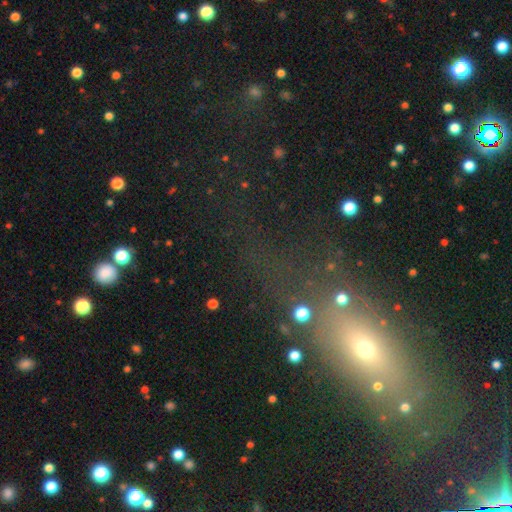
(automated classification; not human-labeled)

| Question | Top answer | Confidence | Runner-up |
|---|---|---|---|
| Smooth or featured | smooth | 42% | star or artifact (39%) |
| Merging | none | 57% | major disturbance (17%) |